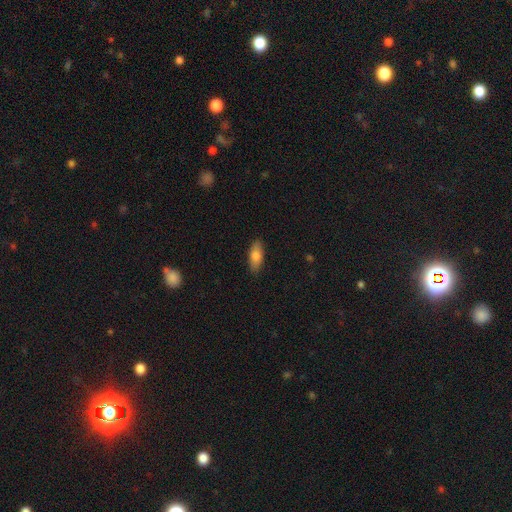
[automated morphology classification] A smooth galaxy with no disk features (78%) that is in between round and cigar-shaped (79%). Merging: none (87%).